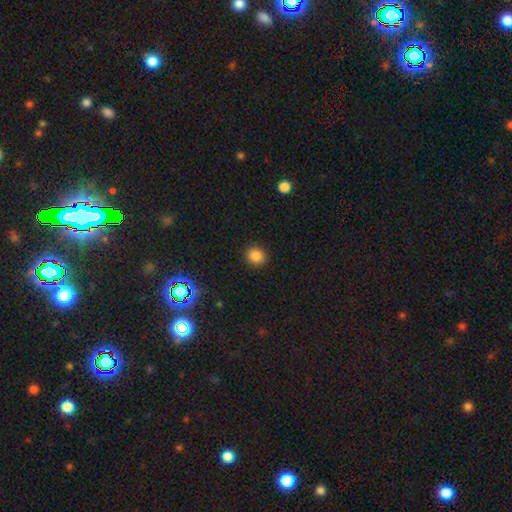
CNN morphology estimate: This appears to be a smooth galaxy with no disk features (84%) that is round (89%). Merging: none (91%).